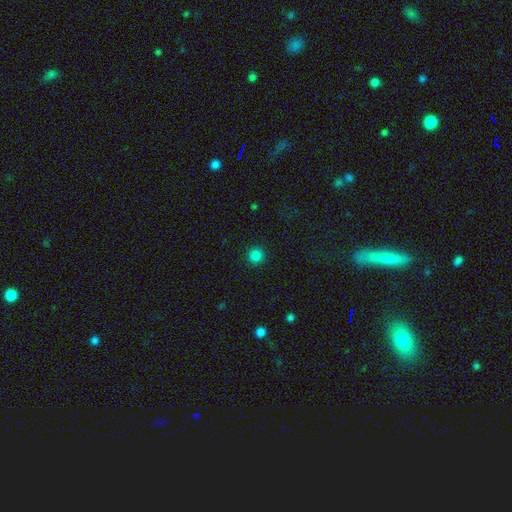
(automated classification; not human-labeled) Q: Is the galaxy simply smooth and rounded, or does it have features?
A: smooth — 84%.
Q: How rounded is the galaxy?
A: round — 95%.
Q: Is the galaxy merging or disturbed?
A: none — 92%.